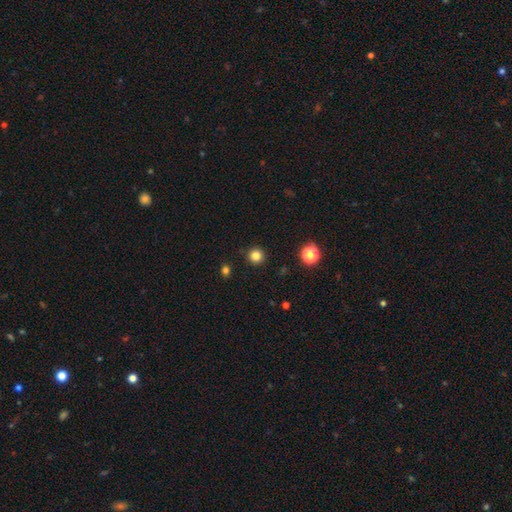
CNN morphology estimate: Smooth or featured?
  - smooth: 82% *
  - star or artifact: 13%
  - featured or disk: 4%
How rounded?
  - round: 95% *
  - in between: 4%
  - cigar-shaped: 1%
Merging?
  - none: 92% *
  - minor disturbance: 5%
  - major disturbance: 2%
  - merger: 1%